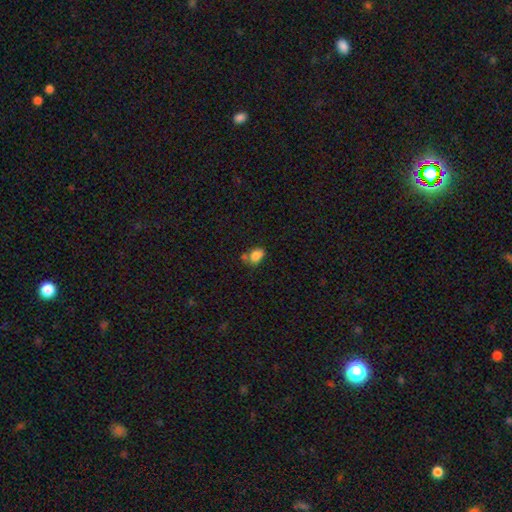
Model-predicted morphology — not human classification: smooth-or-featured: smooth: 81% | star or artifact: 10% | featured or disk: 9%
  how-rounded: in between: 73% | round: 25% | cigar-shaped: 1%
  merging: none: 46% | merger: 24% | minor disturbance: 22% | major disturbance: 7%